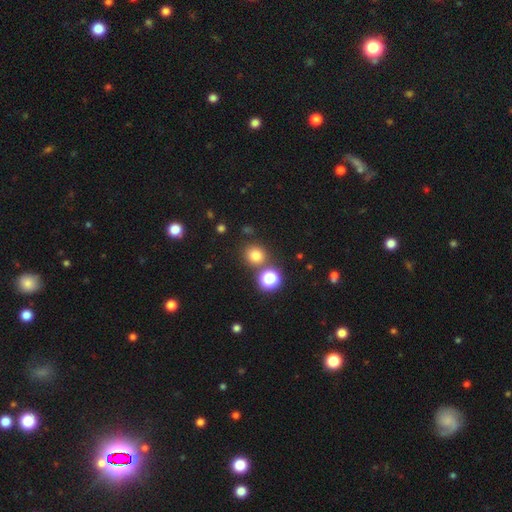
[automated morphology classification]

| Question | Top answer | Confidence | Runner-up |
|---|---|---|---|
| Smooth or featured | smooth | 76% | star or artifact (18%) |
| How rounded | round | 87% | in between (12%) |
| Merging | none | 78% | merger (11%) |